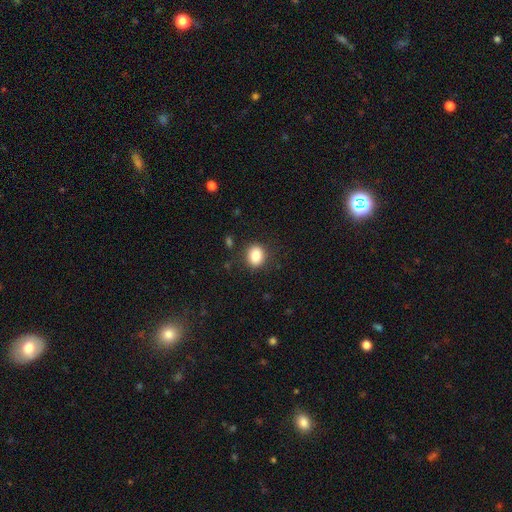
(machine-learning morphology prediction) smooth_or_featured: smooth (p=0.85) [alt: star or artifact p=0.09]
how_rounded: round (p=0.61) [alt: in between p=0.38]
merging: none (p=0.86) [alt: minor disturbance p=0.09]